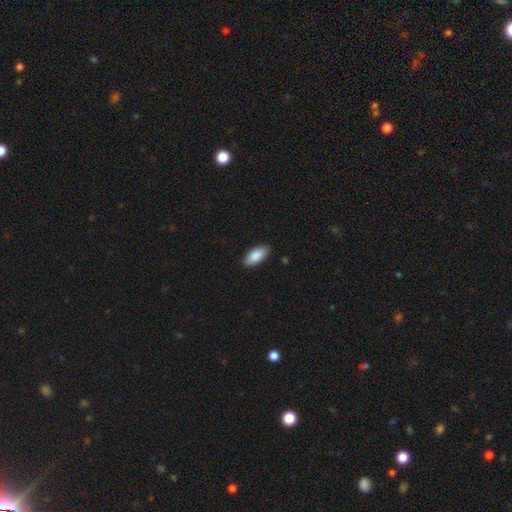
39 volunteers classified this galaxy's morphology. type=smooth (97%); roundness=in between (95%); merging=none (95%).